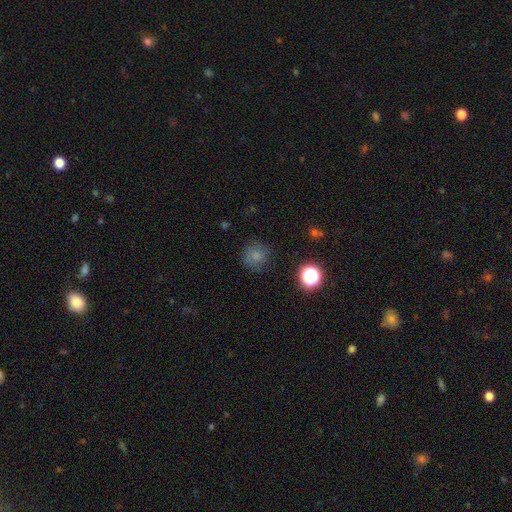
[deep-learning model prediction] Smooth or featured: smooth — 76% (star or artifact — 16%)
How rounded: round — 90% (in between — 9%)
Merging: none — 78% (minor disturbance — 15%)